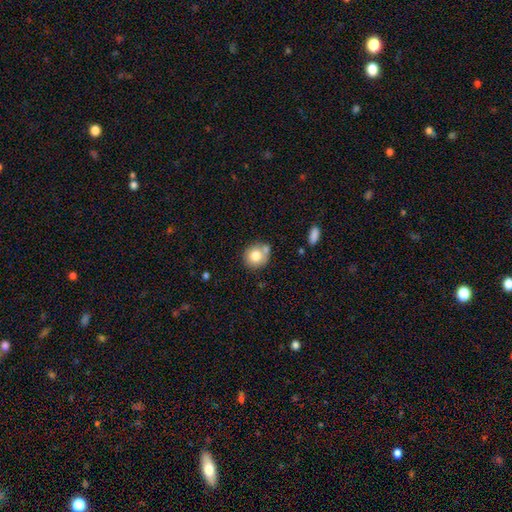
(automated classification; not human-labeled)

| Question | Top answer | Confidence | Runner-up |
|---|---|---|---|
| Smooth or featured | smooth | 77% | featured or disk (14%) |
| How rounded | round | 83% | in between (16%) |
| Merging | none | 59% | merger (21%) |